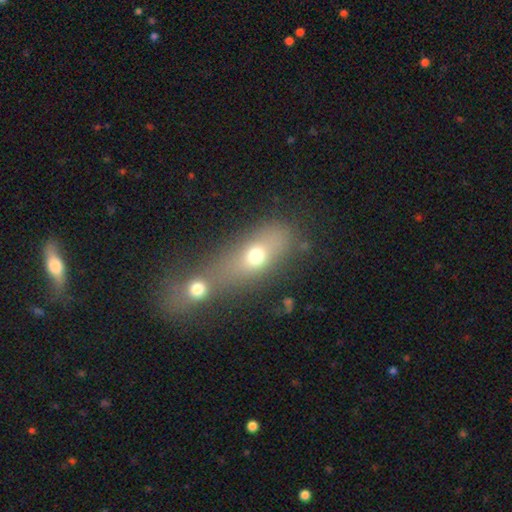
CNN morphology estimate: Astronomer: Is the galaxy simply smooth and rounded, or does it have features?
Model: smooth — 66%.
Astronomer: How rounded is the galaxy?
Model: in between — 63%.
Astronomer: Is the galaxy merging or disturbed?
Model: merger — 53% (runner-up: none, 32%).